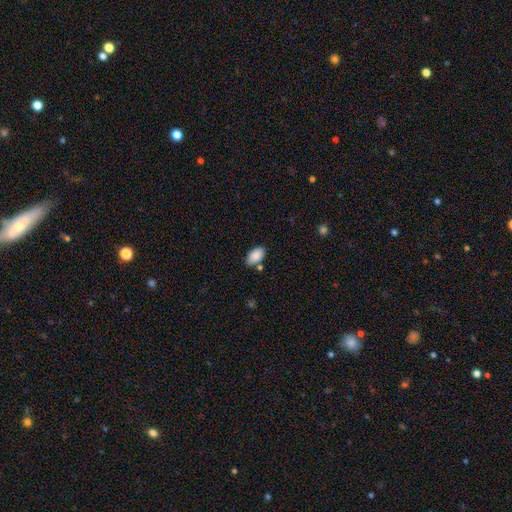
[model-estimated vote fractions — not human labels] Smooth or featured? Predicted: smooth (p=0.89). How rounded? Predicted: in between (p=0.94). Merging? Predicted: none (p=0.77).